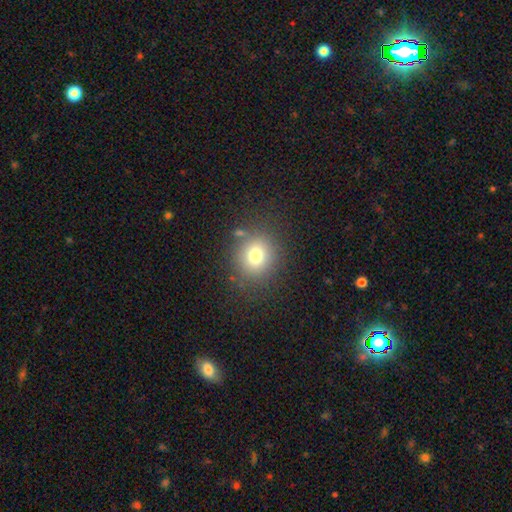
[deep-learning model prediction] Overall: smooth (74%). How rounded: round (84%). Merging: none (82%).